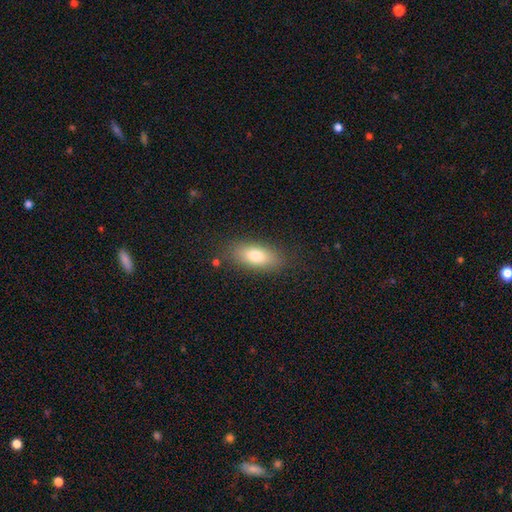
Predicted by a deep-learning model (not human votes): A smooth galaxy with no disk features (77%) that is in between round and cigar-shaped (83%). Merging: none (83%).